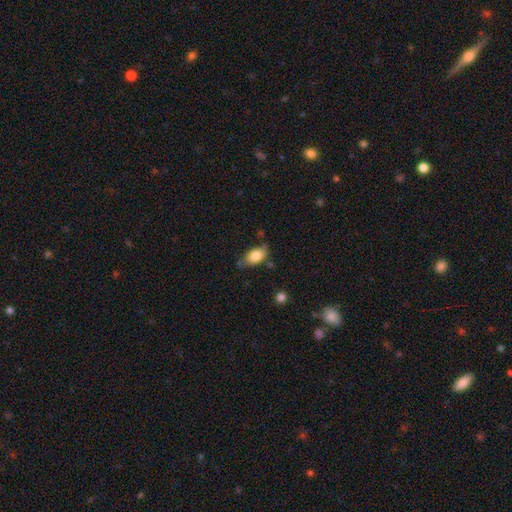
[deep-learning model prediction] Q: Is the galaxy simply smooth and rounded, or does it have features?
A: smooth — 82%.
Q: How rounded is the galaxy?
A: in between — 89%.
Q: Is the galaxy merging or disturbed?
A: none — 62%.